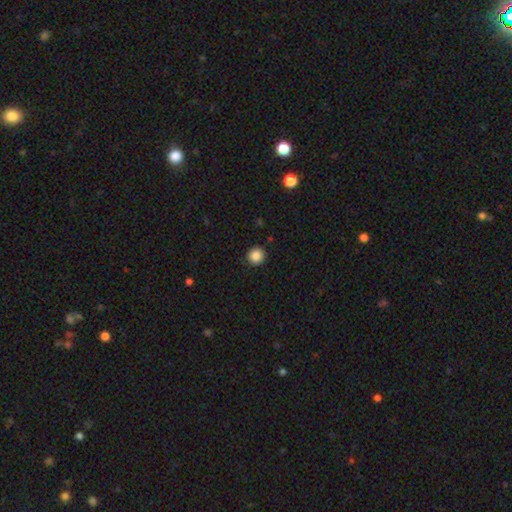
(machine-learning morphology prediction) Smooth or featured? smooth (86%)
How rounded? round (95%)
Merging? none (90%)